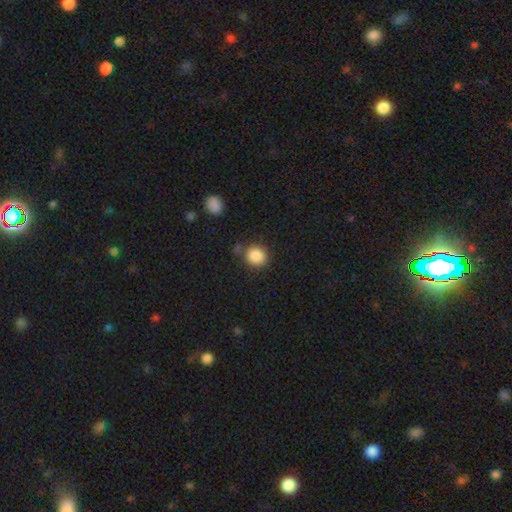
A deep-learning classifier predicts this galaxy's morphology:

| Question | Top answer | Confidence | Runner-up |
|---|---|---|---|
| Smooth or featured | smooth | 87% | star or artifact (9%) |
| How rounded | round | 85% | in between (14%) |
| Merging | none | 78% | minor disturbance (12%) |